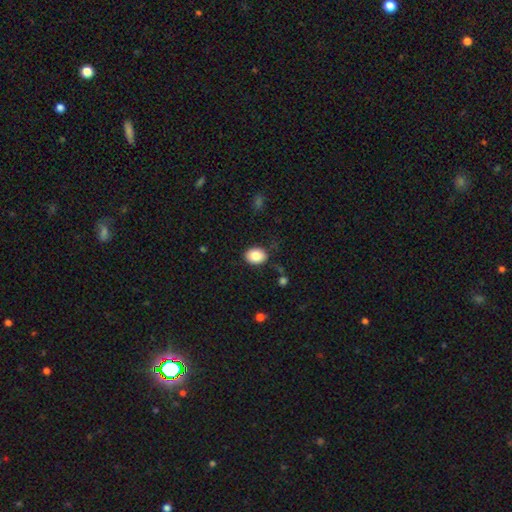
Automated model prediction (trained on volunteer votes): smooth_or_featured: smooth (p=0.86) [alt: star or artifact p=0.08]
how_rounded: in between (p=0.62) [alt: round p=0.37]
merging: none (p=0.84) [alt: minor disturbance p=0.11]